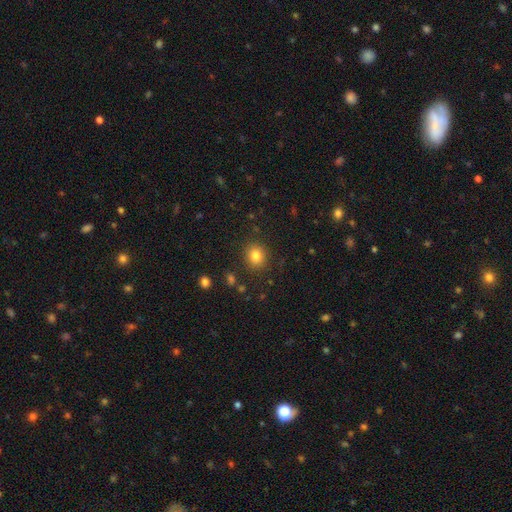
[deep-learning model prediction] This is clearly a smooth galaxy (81%). How rounded: likely round (79%). Merging: clearly none (88%).